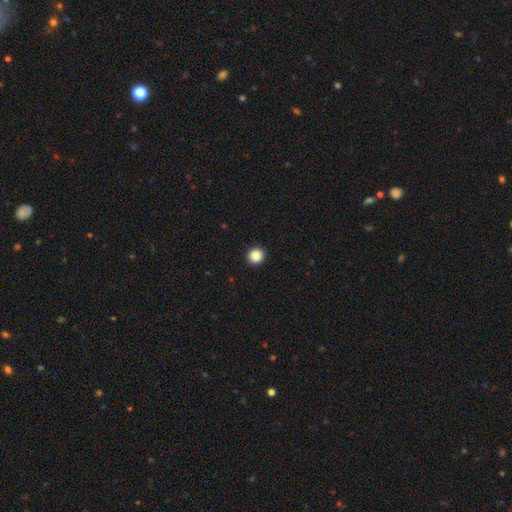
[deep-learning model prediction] Smooth or featured? Predicted: smooth (p=0.87). How rounded? Predicted: round (p=0.94). Merging? Predicted: none (p=0.94).